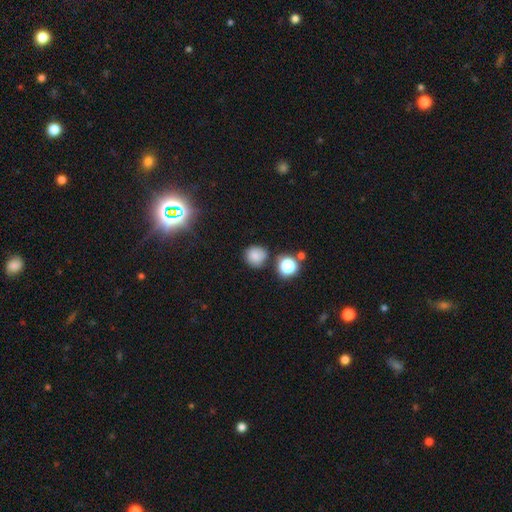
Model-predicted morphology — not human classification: Q: Smooth or featured?
A: smooth (79%); runner-up: star or artifact (14%)
Q: How rounded?
A: round (90%); runner-up: in between (9%)
Q: Merging?
A: none (74%); runner-up: minor disturbance (14%)